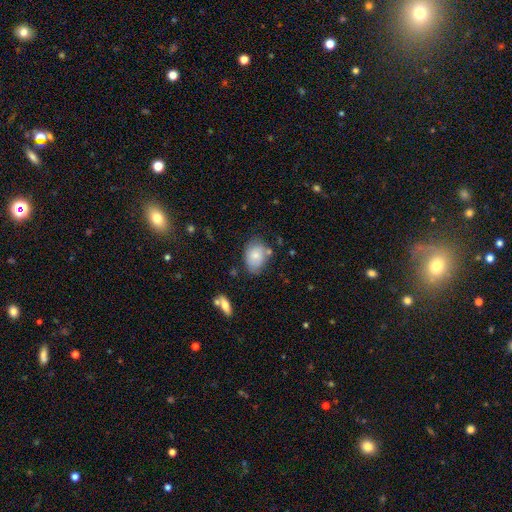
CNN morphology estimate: Overall: smooth (76%). How rounded: in between (76%). Merging: none (62%; minor disturbance 25%).